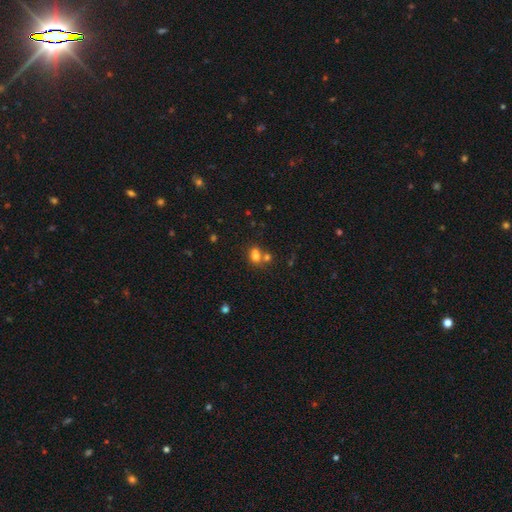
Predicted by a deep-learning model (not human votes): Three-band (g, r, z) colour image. It shows a smooth galaxy with no disk features (76%) that is in between round and cigar-shaped (62%). Merging: merger (44%).